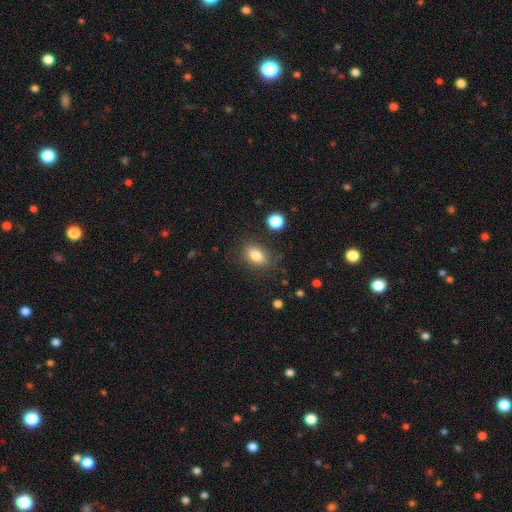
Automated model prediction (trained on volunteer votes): Smooth or featured?
  - smooth: 80% *
  - featured or disk: 10%
  - star or artifact: 9%
How rounded?
  - in between: 83% *
  - round: 13%
  - cigar-shaped: 4%
Merging?
  - none: 79% *
  - minor disturbance: 14%
  - major disturbance: 4%
  - merger: 2%